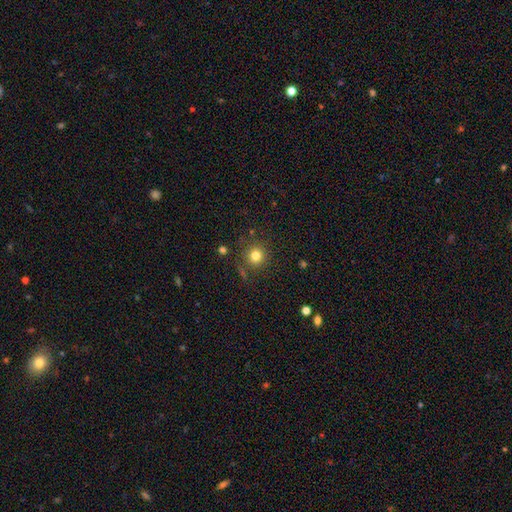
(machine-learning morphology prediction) Overall: smooth (79%). How rounded: round (93%). Merging: none (84%).